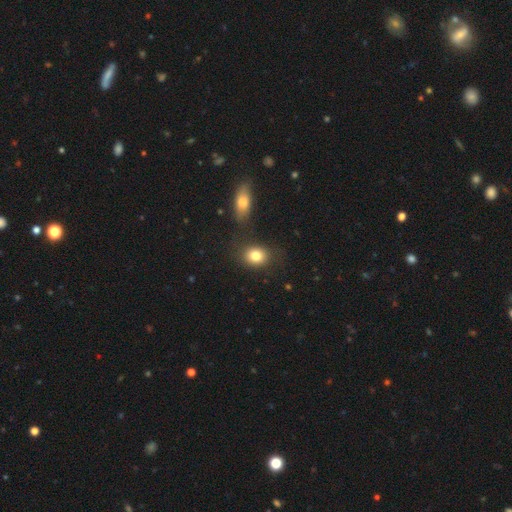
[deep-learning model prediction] Smooth or featured: smooth — 82% (star or artifact — 9%)
How rounded: round — 54% (in between — 45%)
Merging: none — 75% (minor disturbance — 12%)